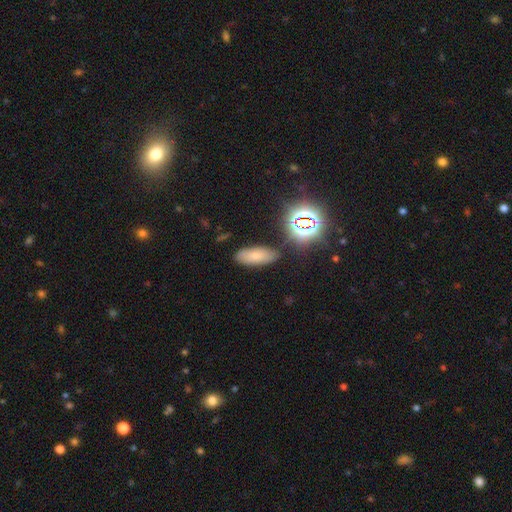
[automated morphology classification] type=smooth (66%); roundness=in between (82%); merging=none (79%).